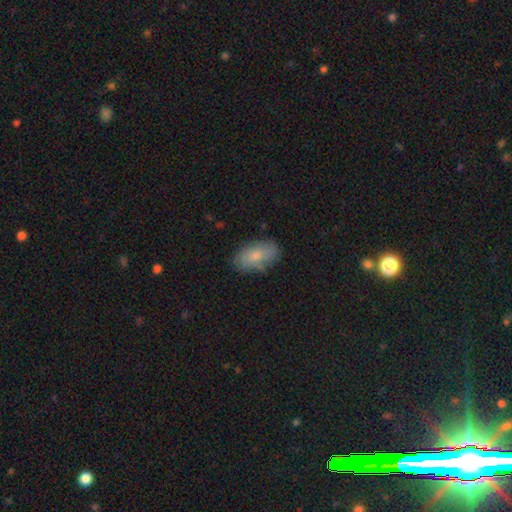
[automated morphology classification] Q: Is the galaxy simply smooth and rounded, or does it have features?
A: smooth — 75%.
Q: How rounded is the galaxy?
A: in between — 93%.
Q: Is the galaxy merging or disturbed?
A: none — 77%.